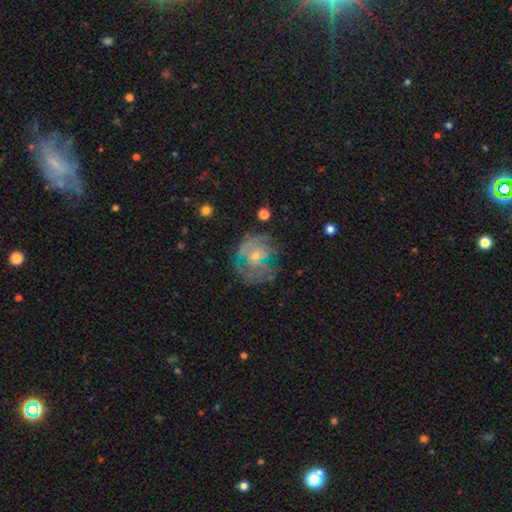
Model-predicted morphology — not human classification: Smooth or featured: featured or disk — 67% (smooth — 22%)
Edge-on disk: no — 97% (yes — 3%)
Bar: no — 70% (weak — 25%)
Spiral arms: yes — 68% (no — 32%)
Bulge size: small — 56% (moderate — 35%)
Merging: none — 64% (minor disturbance — 20%)